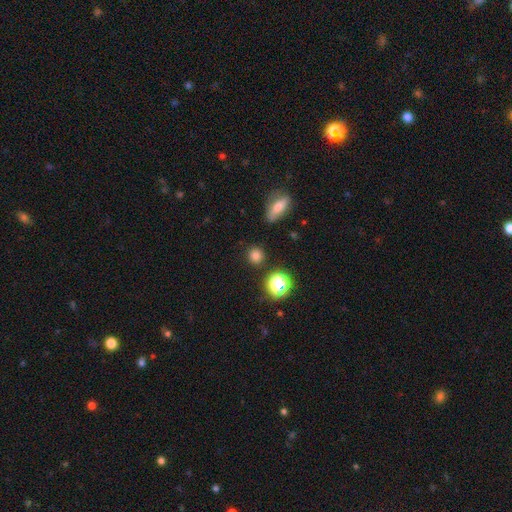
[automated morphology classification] The model was most divided on "smooth or featured": smooth: 76%, star or artifact: 18%, featured or disk: 6%. More confident: how rounded — round (90%); merging — none (88%).